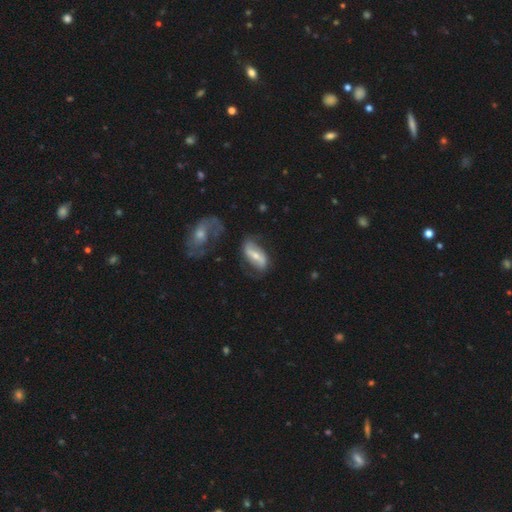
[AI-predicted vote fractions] Overall: featured or disk (69%). Edge-on disk: no (89%). Bar: strong (60%; weak 24%). Spiral arms: yes (77%). Bulge size: moderate (49%; small 46%). Merging: none (63%).